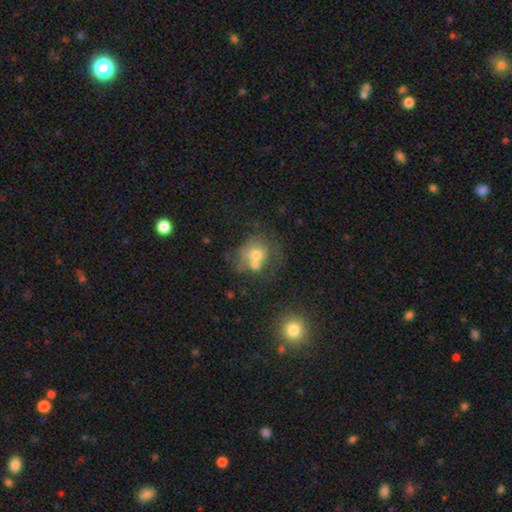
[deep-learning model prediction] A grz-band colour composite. It shows a smooth galaxy with no disk features (60%) that is round (71%). Merging: merger (44%).